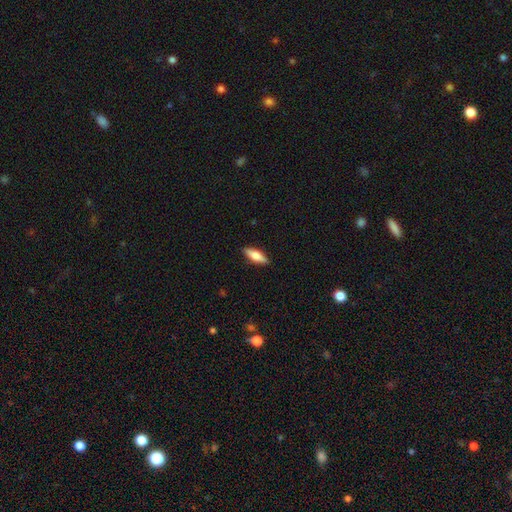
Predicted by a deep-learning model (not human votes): Smooth or featured: smooth — 72% (featured or disk — 23%)
How rounded: in between — 54% (cigar-shaped — 44%)
Merging: none — 88% (minor disturbance — 9%)